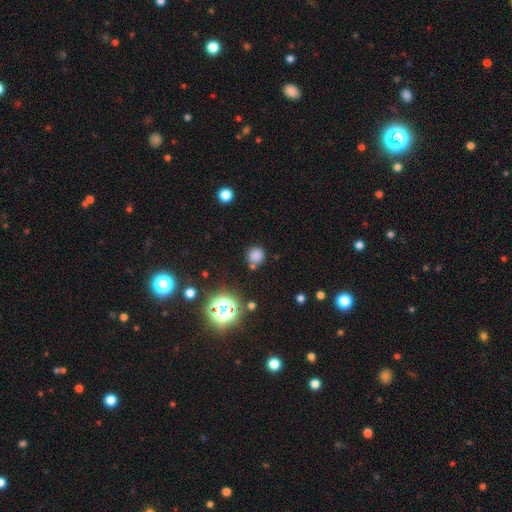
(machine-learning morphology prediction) Overall: smooth (74%). How rounded: round (90%). Merging: none (76%).